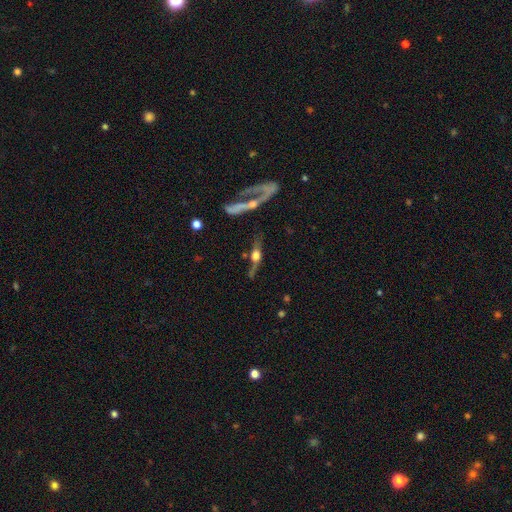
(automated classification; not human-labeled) The model was most divided on "merging": none: 49%, major disturbance: 18%, minor disturbance: 17%, merger: 16%. More confident: edge-on bulge — rounded (91%); edge-on disk — yes (76%); smooth or featured — featured or disk (69%).